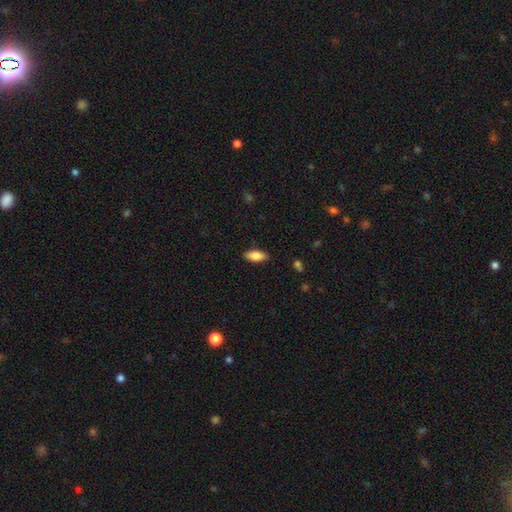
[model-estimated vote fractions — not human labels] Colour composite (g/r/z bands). It shows a smooth galaxy with no disk features (82%) that is in between round and cigar-shaped (83%). Merging: none (87%).